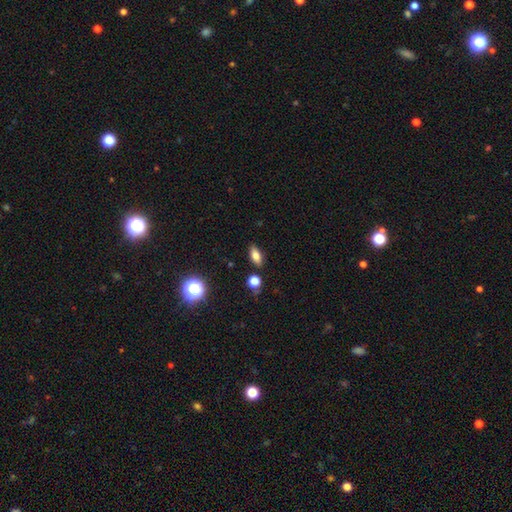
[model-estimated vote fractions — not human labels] Smooth or featured? smooth (74%)
How rounded? in between (80%)
Merging? none (86%)